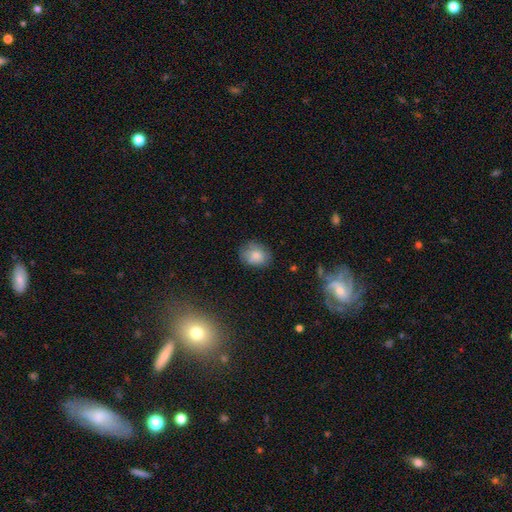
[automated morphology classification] The model was most divided on "how rounded": in between: 54%, round: 45%, cigar-shaped: 1%. More confident: smooth or featured — smooth (79%); merging — none (74%).